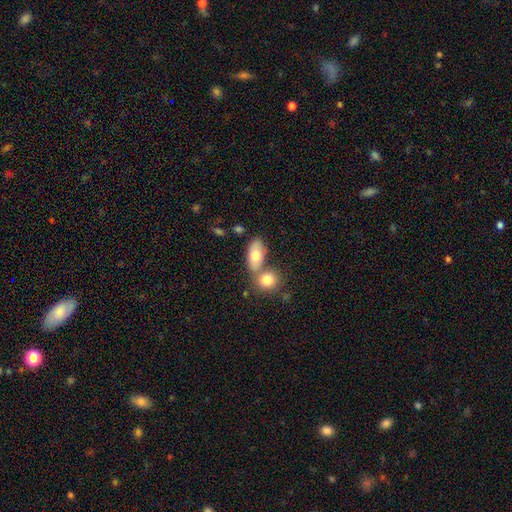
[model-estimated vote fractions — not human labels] smooth-or-featured: smooth: 73% | featured or disk: 21% | star or artifact: 7%
  how-rounded: in between: 86% | round: 9% | cigar-shaped: 4%
  merging: merger: 44% | none: 42% | minor disturbance: 10% | major disturbance: 4%